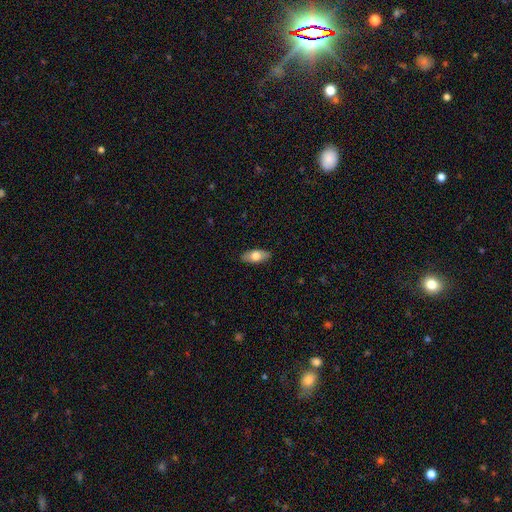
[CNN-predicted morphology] smooth 73%, featured or disk 21%, star or artifact 6%. Down the decision tree: how rounded — in between (87%); merging — none (88%).